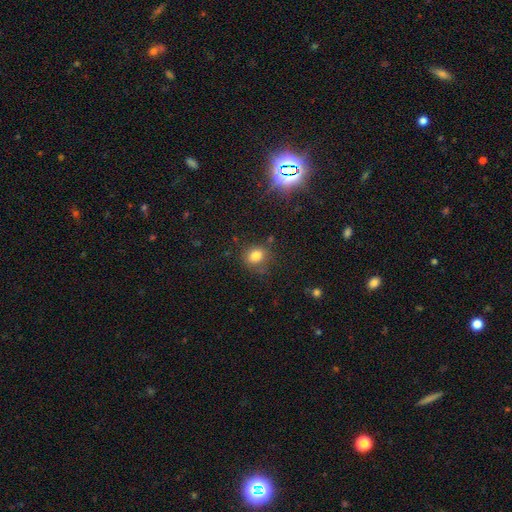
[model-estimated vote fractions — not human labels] Morphology: type=smooth (80%); roundness=round (65%); merging=none (74%).